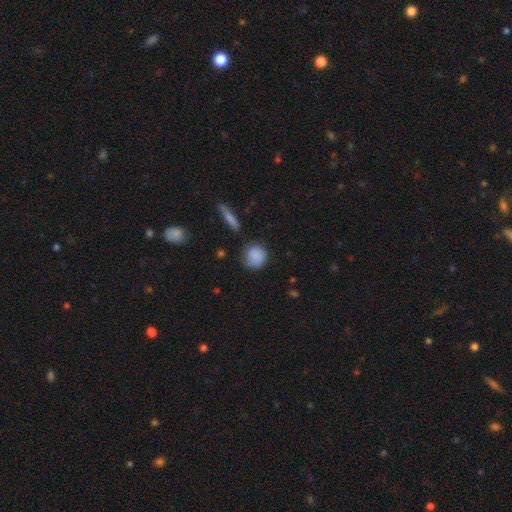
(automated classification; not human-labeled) Smooth or featured? Predicted: smooth (p=0.86). How rounded? Predicted: round (p=0.88). Merging? Predicted: none (p=0.75).